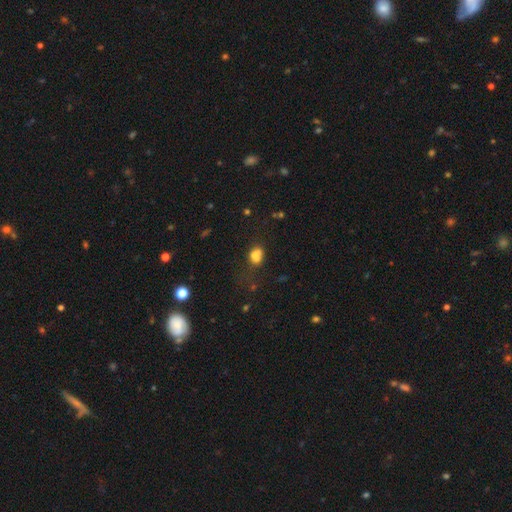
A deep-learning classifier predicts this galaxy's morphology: Smooth or featured: smooth — 65% (featured or disk — 18%)
How rounded: in between — 49% (tied with round — 49%)
Merging: merger — 48% (none — 28%)